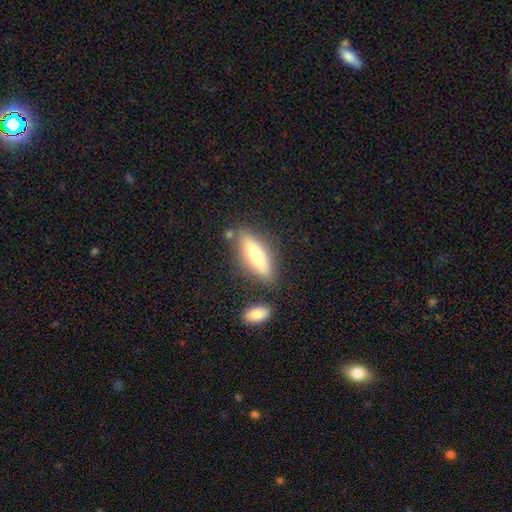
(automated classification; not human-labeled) This appears to be a smooth galaxy with no disk features (66%) that is in between round and cigar-shaped (49%). Merging: none (76%).